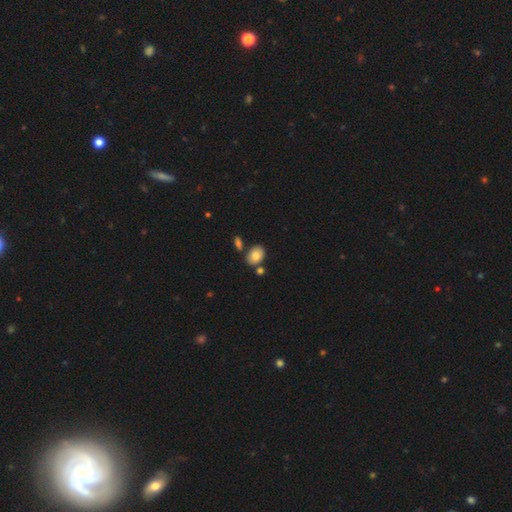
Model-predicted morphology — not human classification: This appears to be a smooth galaxy with no disk features (82%) that is in between round and cigar-shaped (76%). Merging: none (70%).